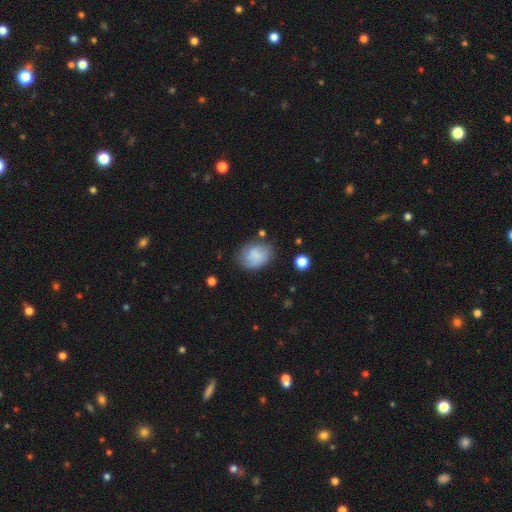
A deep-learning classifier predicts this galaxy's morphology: smooth-or-featured: smooth: 70% | featured or disk: 22% | star or artifact: 8%
  how-rounded: in between: 58% | round: 41% | cigar-shaped: 1%
  merging: none: 66% | minor disturbance: 23% | major disturbance: 8% | merger: 3%